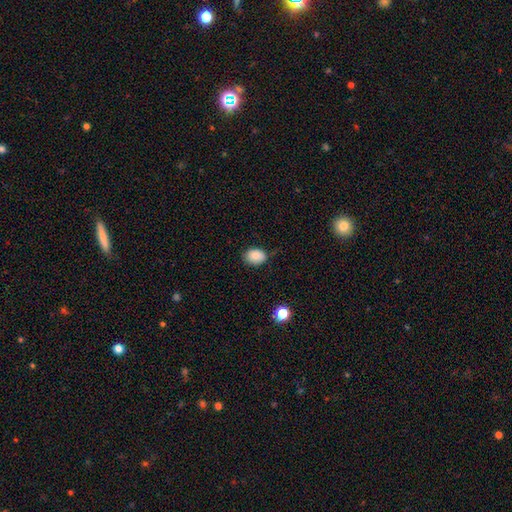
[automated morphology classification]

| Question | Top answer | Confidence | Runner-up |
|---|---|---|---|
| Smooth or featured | smooth | 85% | star or artifact (9%) |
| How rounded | in between | 68% | round (31%) |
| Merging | none | 71% | minor disturbance (23%) |